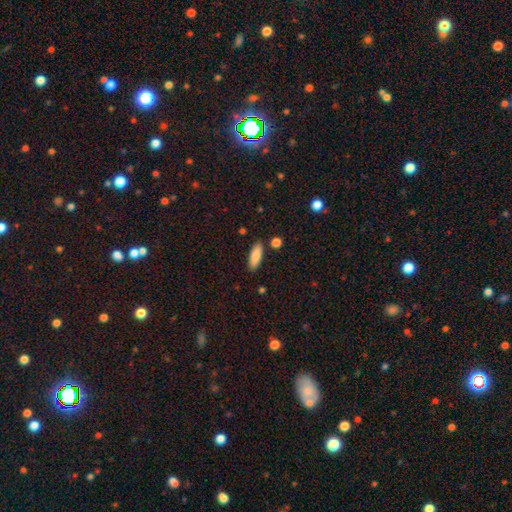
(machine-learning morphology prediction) This is clearly a smooth galaxy (85%). How rounded: likely in between (61%). Merging: clearly none (86%).